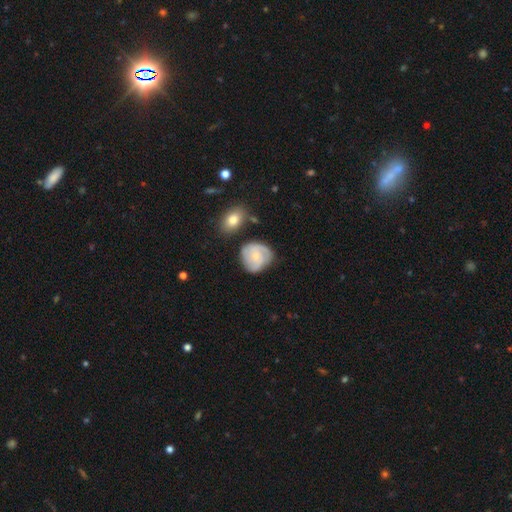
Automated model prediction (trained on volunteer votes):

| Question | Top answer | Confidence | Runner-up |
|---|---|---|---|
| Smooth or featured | featured or disk | 60% | smooth (33%) |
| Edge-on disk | no | 98% | yes (2%) |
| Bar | no | 76% | weak (21%) |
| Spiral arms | yes | 88% | no (12%) |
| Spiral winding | tight | 53% | medium (35%) |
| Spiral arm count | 3 | 35% | can't tell (25%) |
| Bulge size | small | 69% | moderate (24%) |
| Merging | none | 64% | minor disturbance (25%) |